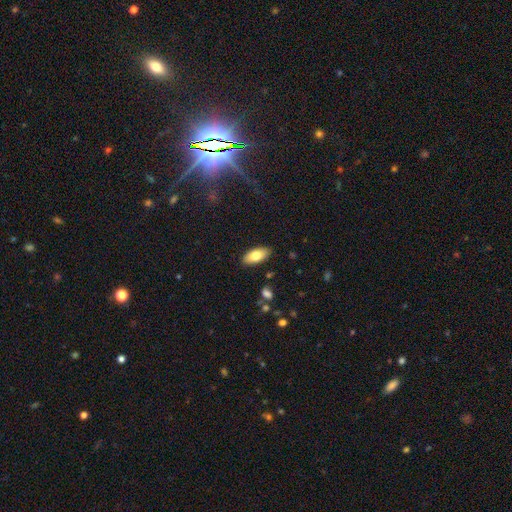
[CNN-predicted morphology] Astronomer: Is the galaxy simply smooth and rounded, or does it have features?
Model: smooth — 79%.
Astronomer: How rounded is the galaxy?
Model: in between — 90%.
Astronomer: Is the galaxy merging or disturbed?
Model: none — 87%.